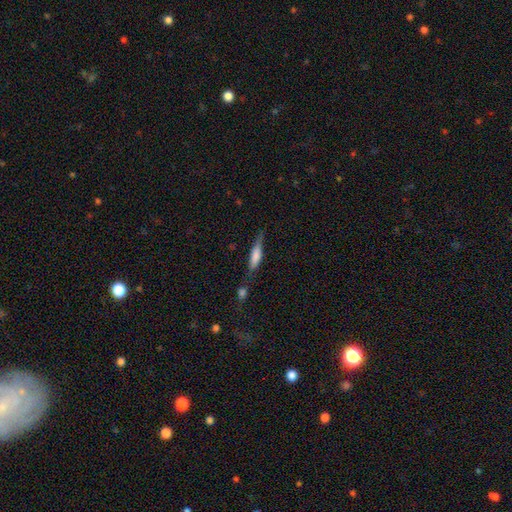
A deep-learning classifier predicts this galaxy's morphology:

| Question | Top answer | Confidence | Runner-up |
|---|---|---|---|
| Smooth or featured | smooth | 62% | featured or disk (31%) |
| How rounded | cigar-shaped | 73% | in between (25%) |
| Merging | none | 53% | minor disturbance (23%) |